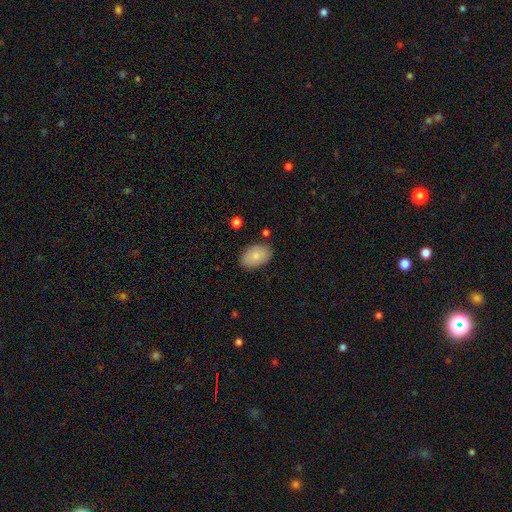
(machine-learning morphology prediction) Smooth or featured?
  - smooth: 83% *
  - featured or disk: 11%
  - star or artifact: 7%
How rounded?
  - in between: 91% *
  - round: 8%
  - cigar-shaped: 1%
Merging?
  - none: 82% *
  - minor disturbance: 13%
  - major disturbance: 3%
  - merger: 2%